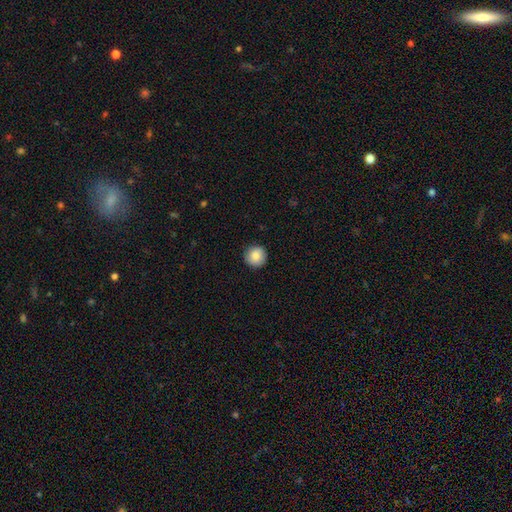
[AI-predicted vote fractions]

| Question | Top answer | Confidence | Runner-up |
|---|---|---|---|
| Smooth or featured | smooth | 85% | star or artifact (8%) |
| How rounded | round | 95% | in between (4%) |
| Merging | none | 91% | minor disturbance (7%) |